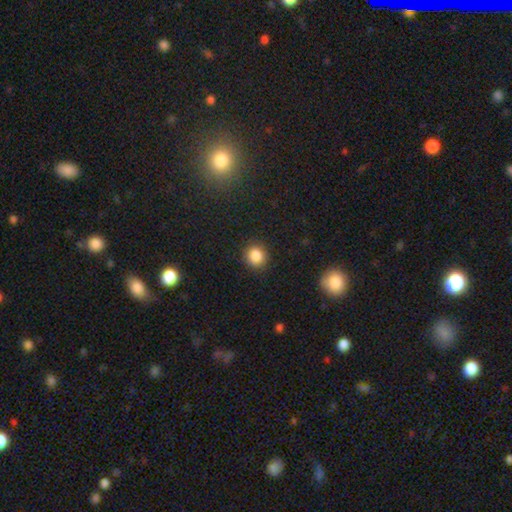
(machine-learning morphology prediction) type=smooth (85%); roundness=round (90%); merging=none (89%).